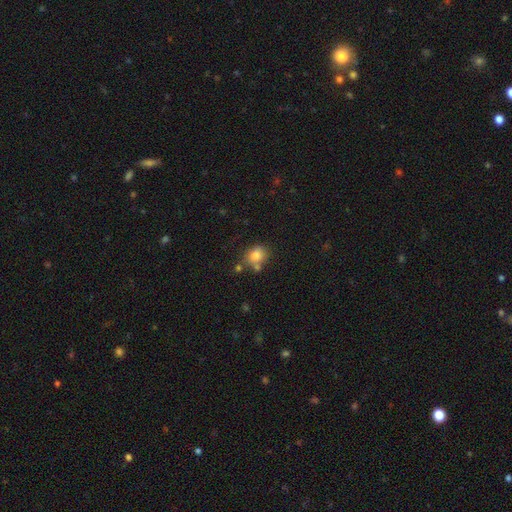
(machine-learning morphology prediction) This is clearly a smooth galaxy (81%). How rounded: possibly round (54%). Merging: likely none (62%).